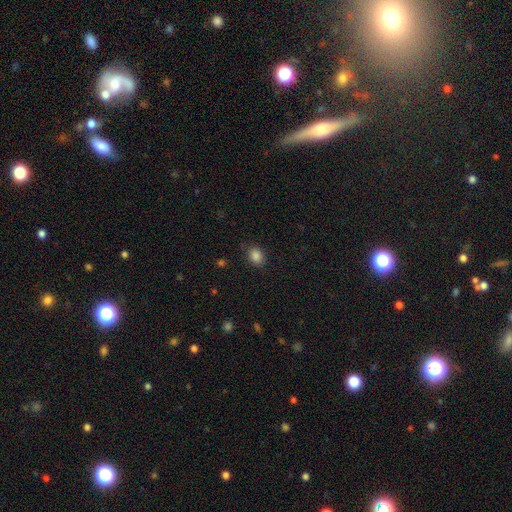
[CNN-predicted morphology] Smooth or featured? Predicted: smooth (p=0.86). How rounded? Predicted: in between (p=0.57). Merging? Predicted: none (p=0.83).